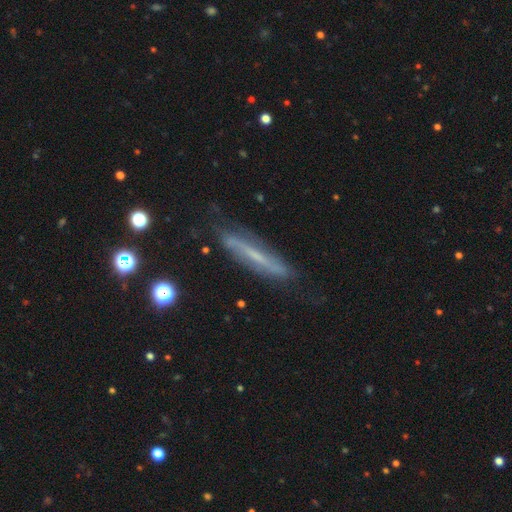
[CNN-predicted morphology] Smooth or featured: featured or disk — 62% (smooth — 29%)
Edge-on disk: yes — 68% (no — 32%)
Merging: none — 72% (minor disturbance — 20%)